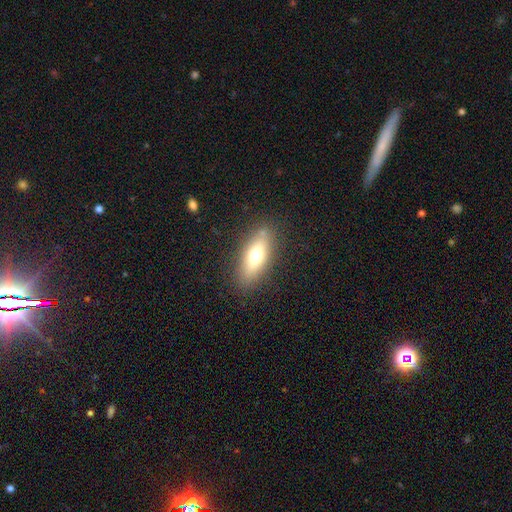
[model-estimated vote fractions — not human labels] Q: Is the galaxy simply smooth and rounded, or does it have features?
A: smooth — 66%.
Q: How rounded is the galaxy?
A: in between — 69%.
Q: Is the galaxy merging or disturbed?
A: none — 83%.